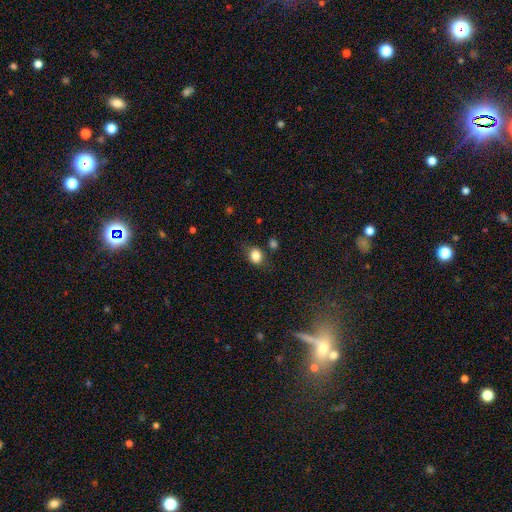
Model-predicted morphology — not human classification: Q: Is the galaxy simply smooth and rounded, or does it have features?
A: smooth — 83%.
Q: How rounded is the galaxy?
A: in between — 51%.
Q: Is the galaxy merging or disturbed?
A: none — 73%.